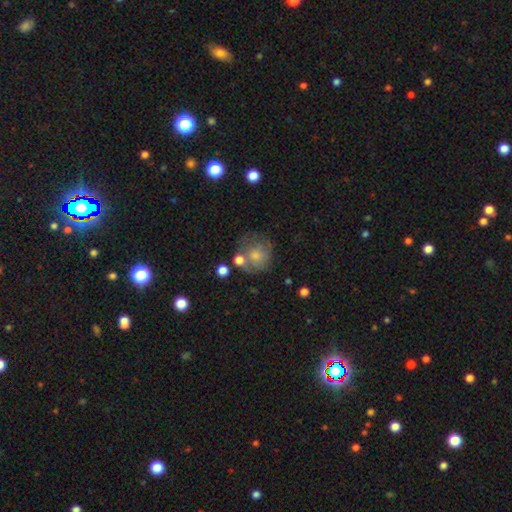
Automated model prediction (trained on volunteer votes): smooth-or-featured: smooth: 64% | featured or disk: 26% | star or artifact: 10%
  how-rounded: round: 82% | in between: 17% | cigar-shaped: 1%
  merging: none: 46% | minor disturbance: 21% | major disturbance: 17% | merger: 16%